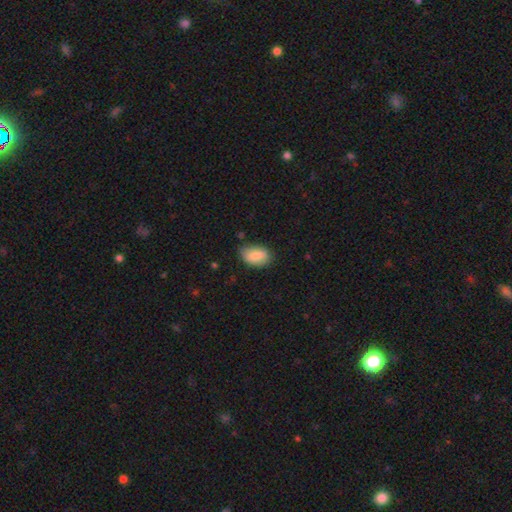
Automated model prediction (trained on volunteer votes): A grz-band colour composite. It shows a smooth galaxy with no disk features (84%) that is in between round and cigar-shaped (90%). Merging: none (74%).